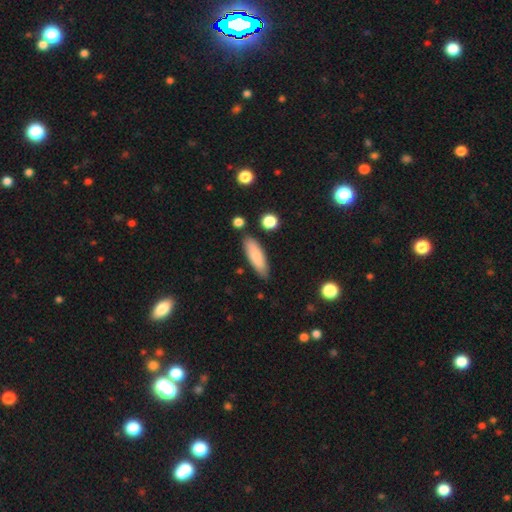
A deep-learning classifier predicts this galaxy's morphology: smooth-or-featured: smooth: 81% | featured or disk: 13% | star or artifact: 6%
  how-rounded: cigar-shaped: 52% | in between: 47% | round: 2%
  merging: none: 82% | minor disturbance: 12% | merger: 4% | major disturbance: 2%